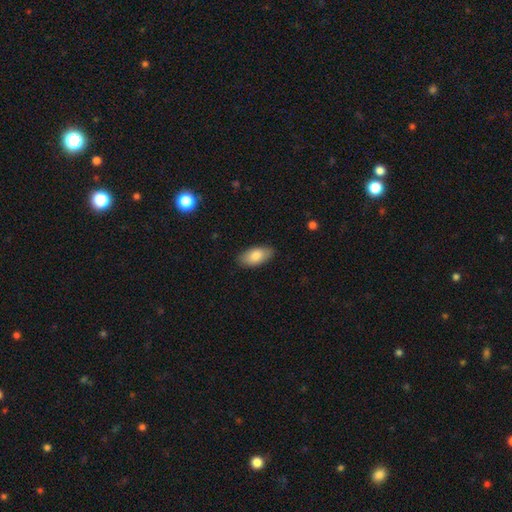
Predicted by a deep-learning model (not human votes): Smooth or featured? Predicted: smooth (p=0.84). How rounded? Predicted: in between (p=0.93). Merging? Predicted: none (p=0.86).